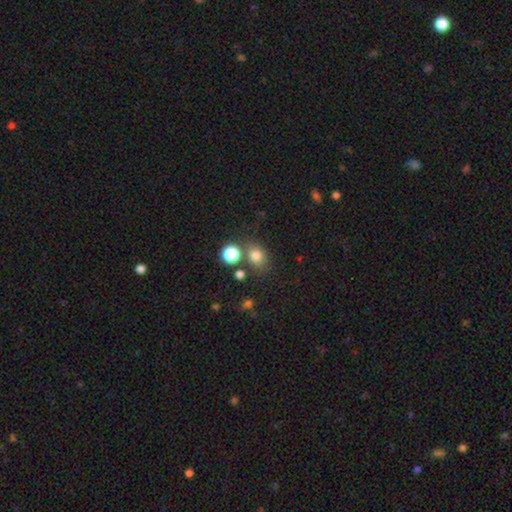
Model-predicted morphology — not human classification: The model was most divided on "how rounded": round: 60%, in between: 39%, cigar-shaped: 1%. More confident: smooth or featured — smooth (76%); merging — none (70%).